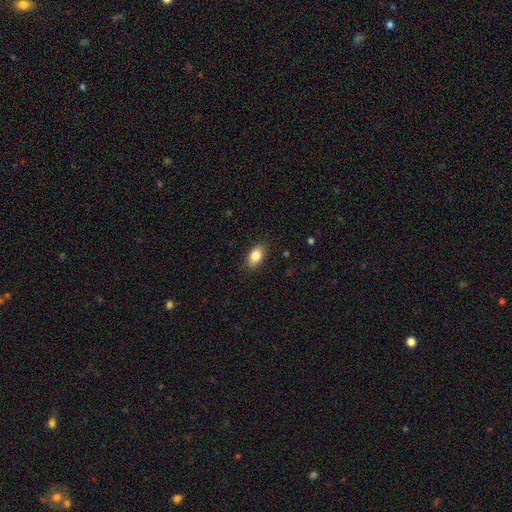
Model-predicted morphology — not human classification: Overall: smooth (85%). How rounded: in between (91%). Merging: none (88%).